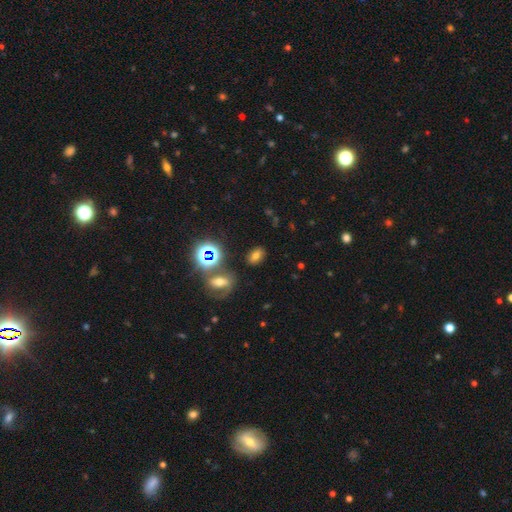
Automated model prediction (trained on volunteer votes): The model was most divided on "smooth or featured": smooth: 60%, star or artifact: 27%, featured or disk: 13%. More confident: merging — none (81%); how rounded — in between (80%).